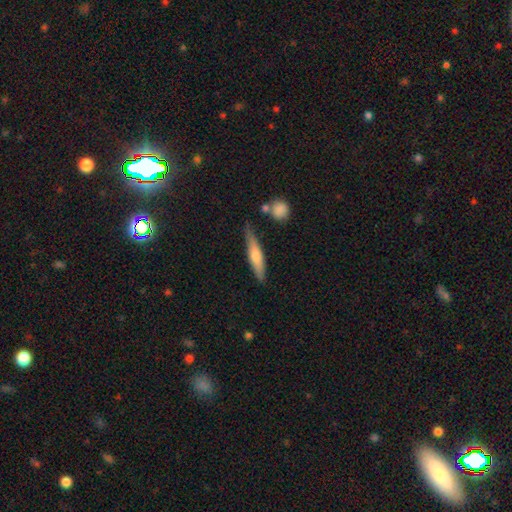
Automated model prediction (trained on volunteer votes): Q: Smooth or featured?
A: smooth (54%); runner-up: featured or disk (40%)
Q: How rounded?
A: cigar-shaped (85%); runner-up: in between (13%)
Q: Merging?
A: none (77%); runner-up: minor disturbance (16%)